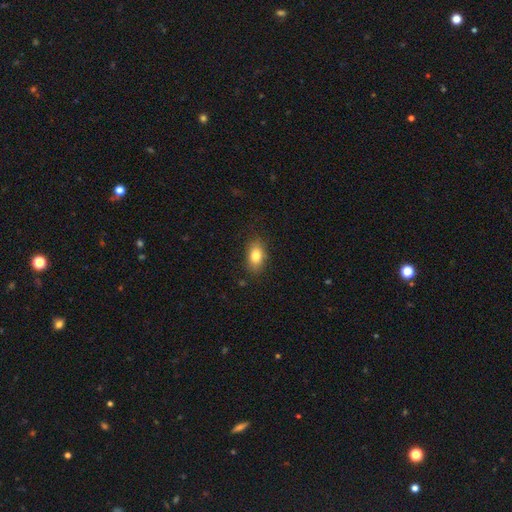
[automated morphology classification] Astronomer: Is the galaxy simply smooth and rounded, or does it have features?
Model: smooth — 81%.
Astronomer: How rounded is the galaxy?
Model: in between — 86%.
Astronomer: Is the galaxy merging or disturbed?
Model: none — 82%.